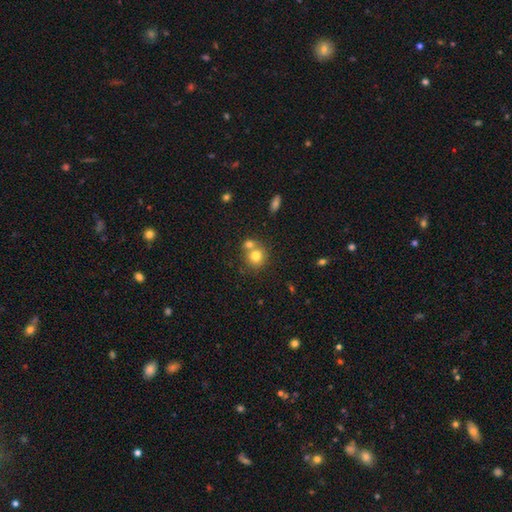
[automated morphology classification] This appears to be a smooth galaxy with no disk features (76%) that is round (83%). Merging: none (48%).